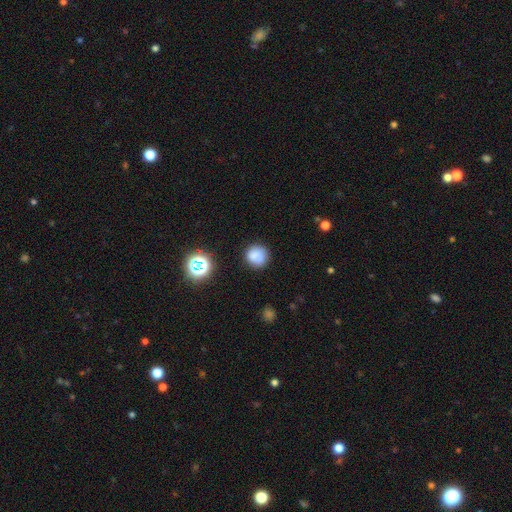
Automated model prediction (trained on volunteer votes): Overall: smooth (77%). How rounded: round (91%). Merging: none (75%).